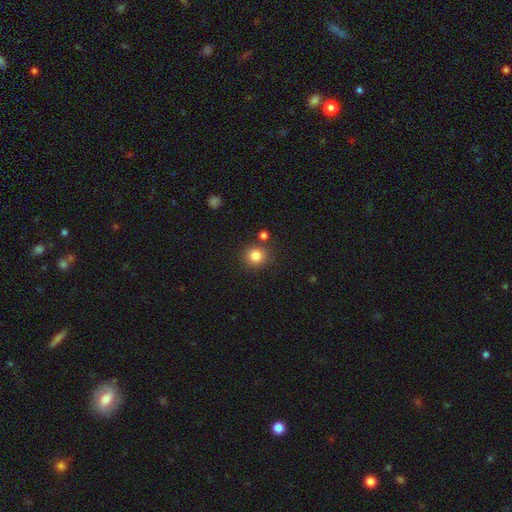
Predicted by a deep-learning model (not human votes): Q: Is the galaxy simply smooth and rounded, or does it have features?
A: smooth — 83%.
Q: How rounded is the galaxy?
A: round — 90%.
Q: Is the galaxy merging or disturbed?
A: none — 82%.